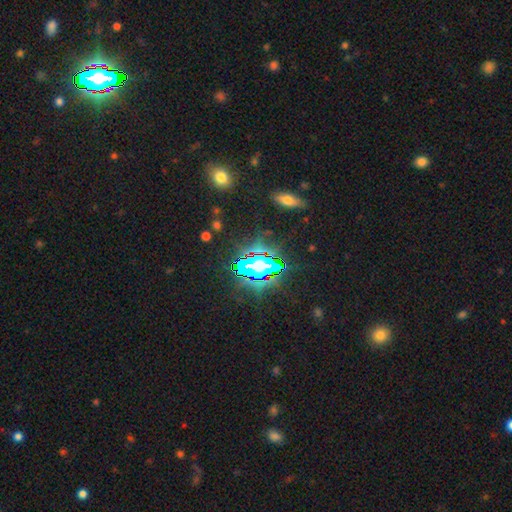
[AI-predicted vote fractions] Smooth or featured? star or artifact (72%)